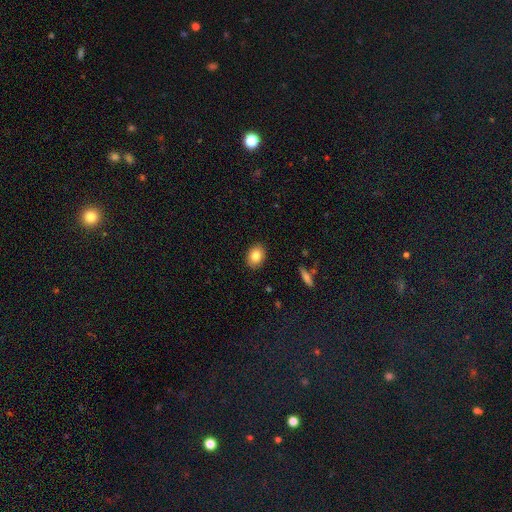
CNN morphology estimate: Smooth or featured: smooth — 82% (featured or disk — 9%)
How rounded: in between — 67% (round — 31%)
Merging: none — 90% (minor disturbance — 8%)